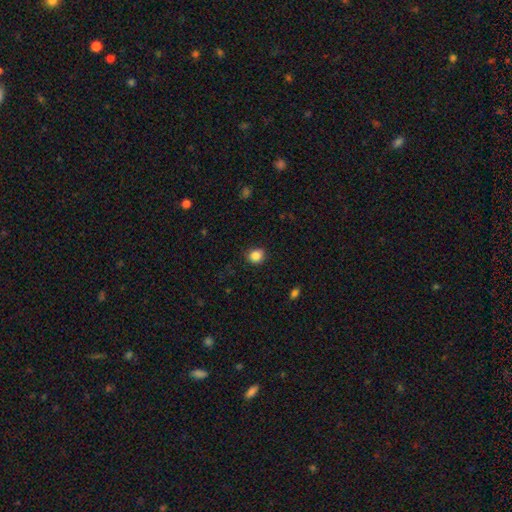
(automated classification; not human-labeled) Smooth or featured? smooth (85%)
How rounded? round (82%)
Merging? none (83%)